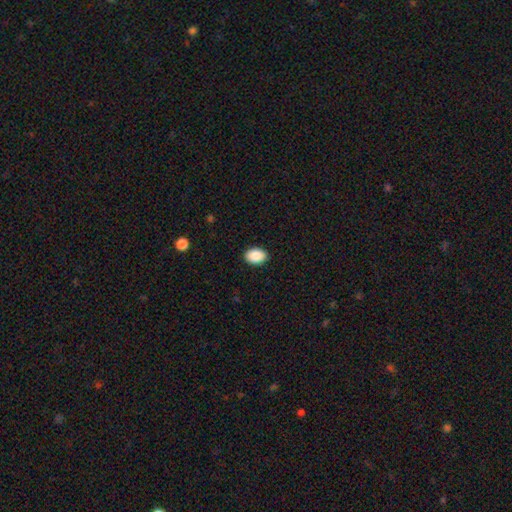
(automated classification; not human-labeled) Overall: smooth (90%). How rounded: in between (83%). Merging: none (90%).